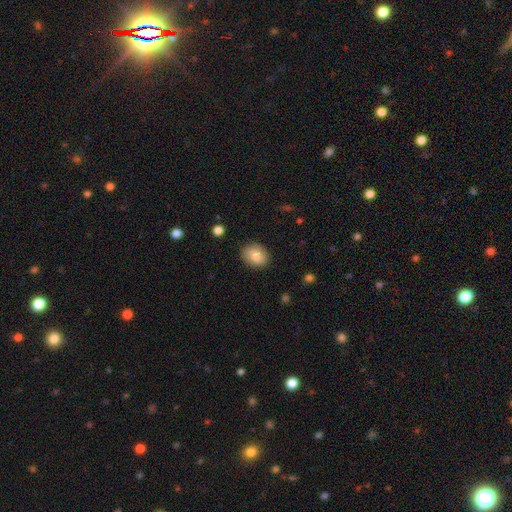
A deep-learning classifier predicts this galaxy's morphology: Smooth or featured: smooth — 83% (featured or disk — 10%)
How rounded: in between — 51% (round — 48%)
Merging: none — 85% (minor disturbance — 11%)